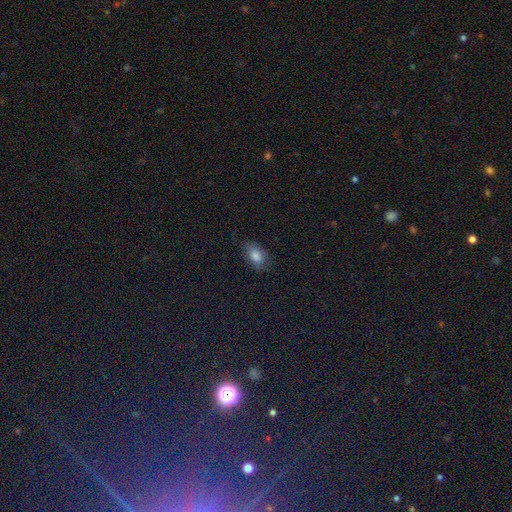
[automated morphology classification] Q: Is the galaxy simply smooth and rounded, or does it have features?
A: smooth — 80%.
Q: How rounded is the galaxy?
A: in between — 86%.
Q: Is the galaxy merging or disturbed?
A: none — 71%.